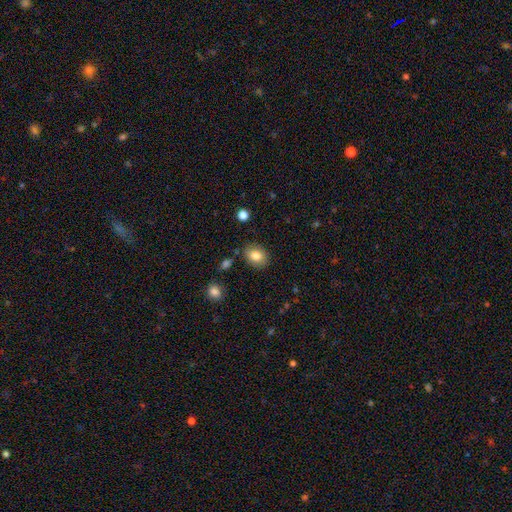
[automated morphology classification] smooth 82%, featured or disk 9%, star or artifact 9%. Down the decision tree: how rounded — in between (58%); merging — none (84%).